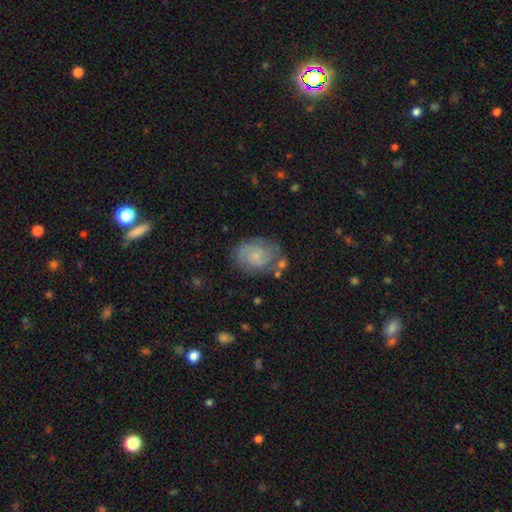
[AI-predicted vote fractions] The model was most divided on "spiral winding": tight: 51%, medium: 37%, loose: 12%. More confident: edge-on disk — no (97%); spiral arms — yes (89%); bar — no (69%); merging — none (69%); bulge size — small (68%); spiral arm count — 2 (60%); smooth or featured — featured or disk (59%).